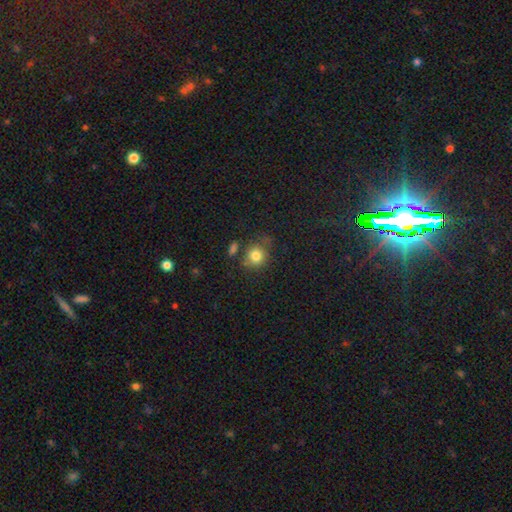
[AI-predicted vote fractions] The model was most divided on "merging": none: 65%, minor disturbance: 19%, merger: 9%, major disturbance: 7%. More confident: smooth or featured — smooth (81%); how rounded — round (77%).